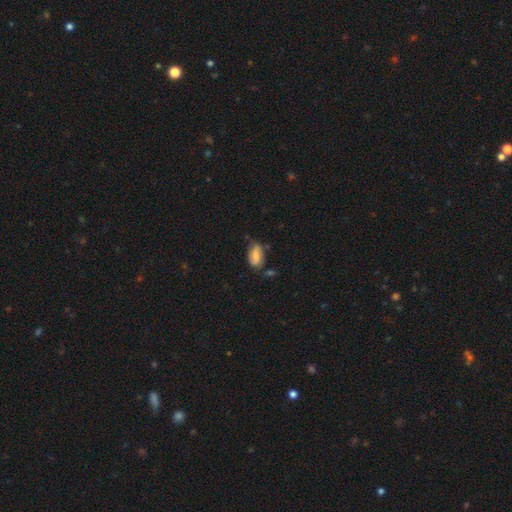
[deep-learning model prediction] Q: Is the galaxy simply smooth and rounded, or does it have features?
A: smooth — 66%.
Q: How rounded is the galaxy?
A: in between — 91%.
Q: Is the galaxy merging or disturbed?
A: none — 56%.